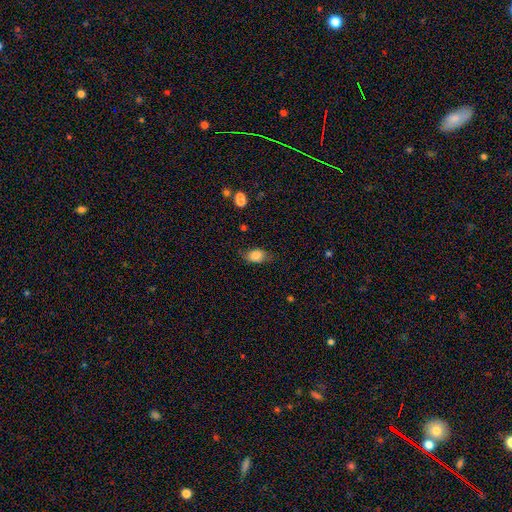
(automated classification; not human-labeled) Smooth or featured? Predicted: smooth (p=0.84). How rounded? Predicted: in between (p=0.84). Merging? Predicted: none (p=0.72).